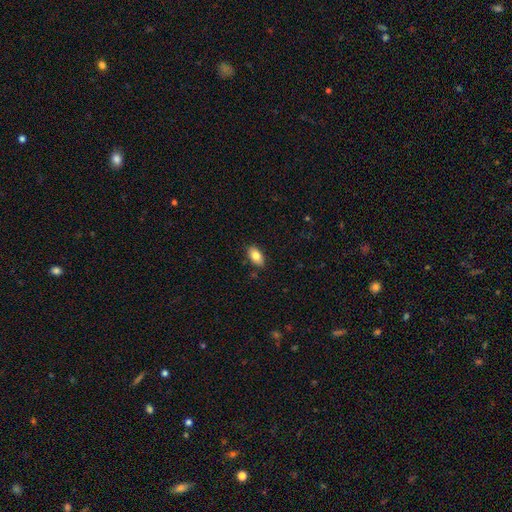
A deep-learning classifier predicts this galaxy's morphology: This appears to be a smooth galaxy with no disk features (79%) that is in between round and cigar-shaped (92%). Merging: none (86%).